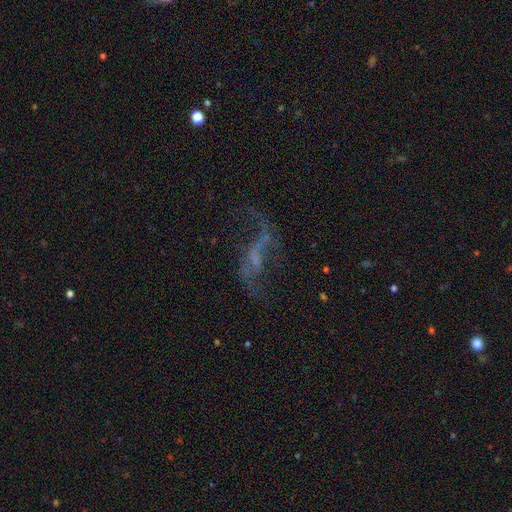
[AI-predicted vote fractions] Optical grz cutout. It shows a featured or disk galaxy (73%) with no bar (39%), 2 (81%) loose (90%) spiral arms (76%) and no central bulge (55%). Merging: none (51%).